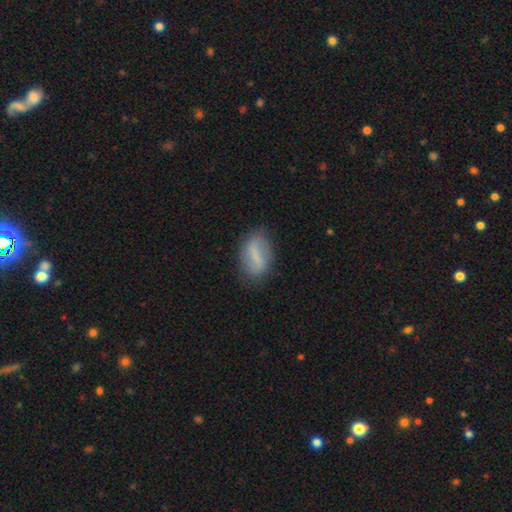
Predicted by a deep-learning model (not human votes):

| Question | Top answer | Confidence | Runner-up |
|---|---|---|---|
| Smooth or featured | smooth | 59% | featured or disk (33%) |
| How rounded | in between | 85% | round (9%) |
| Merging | none | 75% | minor disturbance (17%) |